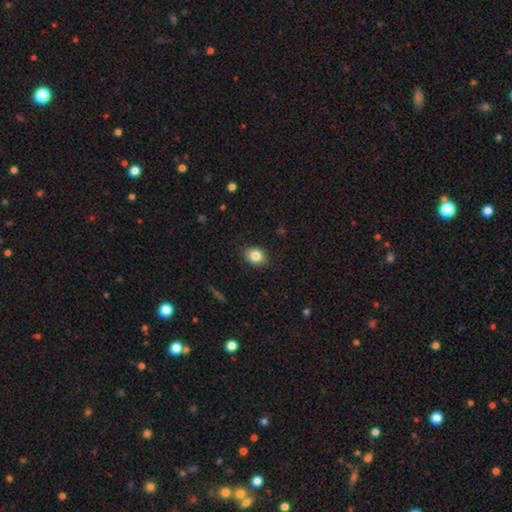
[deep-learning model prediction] smooth 83%, star or artifact 10%, featured or disk 8%. Down the decision tree: how rounded — in between (54%); merging — none (84%).